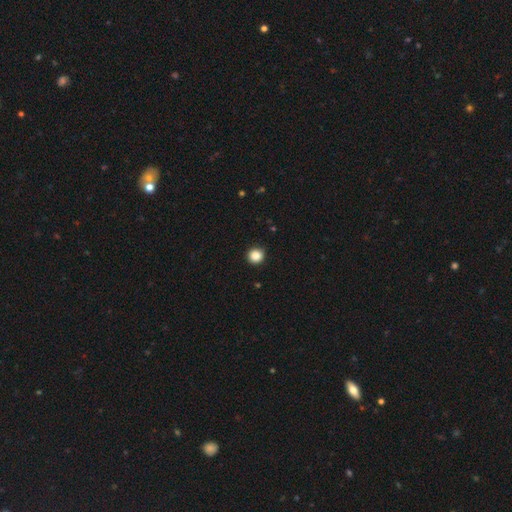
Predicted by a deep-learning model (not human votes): smooth_or_featured: smooth (p=0.86) [alt: star or artifact p=0.10]
how_rounded: round (p=0.93) [alt: in between p=0.06]
merging: none (p=0.92) [alt: minor disturbance p=0.05]